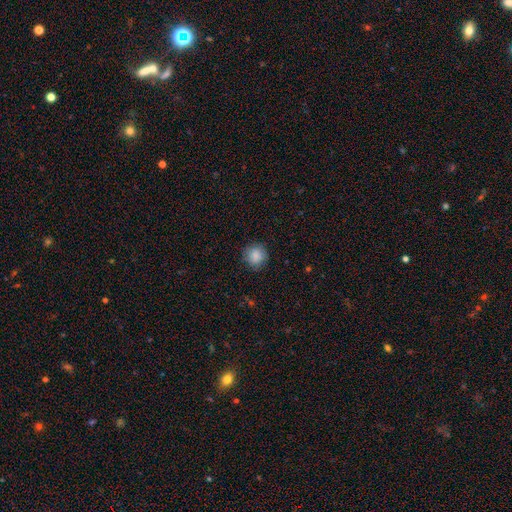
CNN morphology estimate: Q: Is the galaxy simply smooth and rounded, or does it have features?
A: smooth — 87%.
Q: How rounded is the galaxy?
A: round — 91%.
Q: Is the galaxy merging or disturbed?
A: none — 86%.